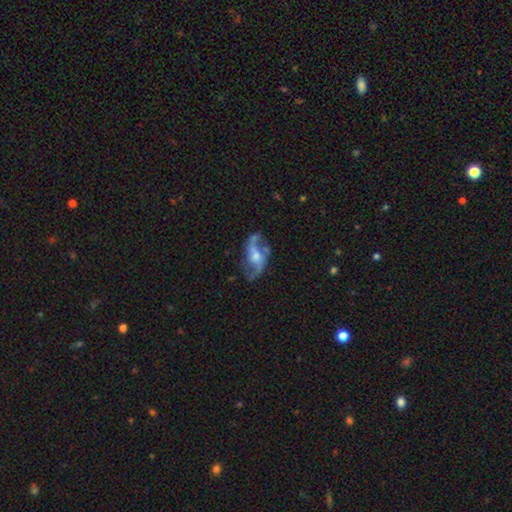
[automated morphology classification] A featured or disk galaxy (85%) with a weak bar (42%), 2 (91%) loose (68%) spiral arms (93%) and a moderate central bulge (50%). Merging: none (67%).